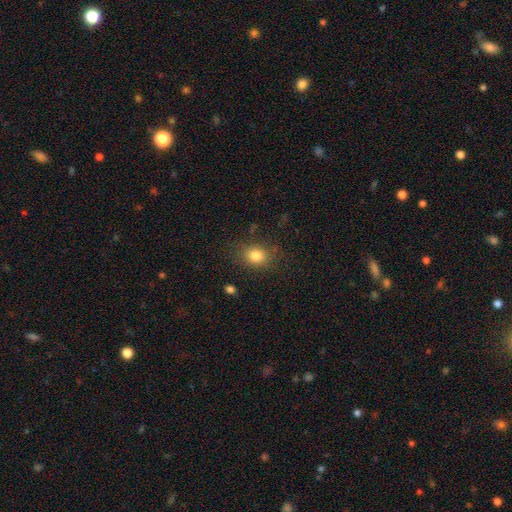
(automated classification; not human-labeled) A smooth galaxy with no disk features (81%) that is round (52%).

Vote fractions:
- Smooth or featured? smooth: 81% / star or artifact: 11% / featured or disk: 7%
- How rounded? round: 52% / in between: 47% / cigar-shaped: 1%
- Merging? none: 81% / minor disturbance: 13% / major disturbance: 5% / merger: 2%